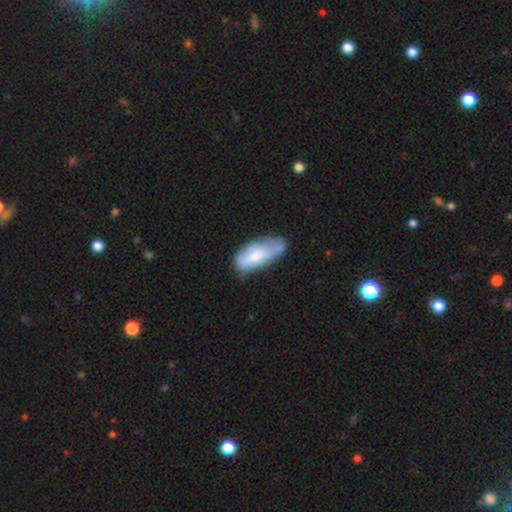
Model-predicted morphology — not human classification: Smooth or featured? smooth (68%)
How rounded? in between (84%)
Merging? none (39%)